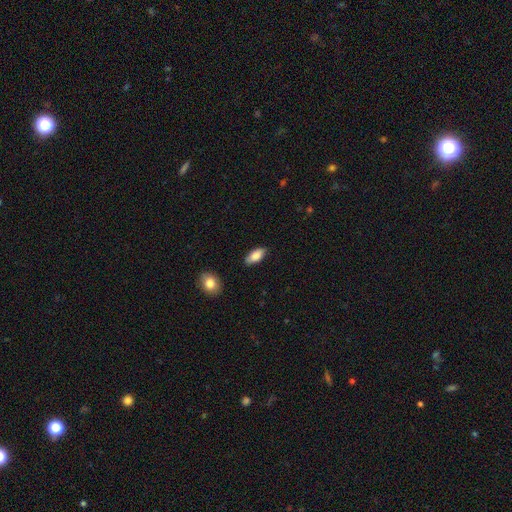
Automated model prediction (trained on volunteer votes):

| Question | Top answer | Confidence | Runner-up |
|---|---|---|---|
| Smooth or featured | smooth | 85% | featured or disk (9%) |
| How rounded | in between | 89% | cigar-shaped (9%) |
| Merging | none | 85% | minor disturbance (11%) |